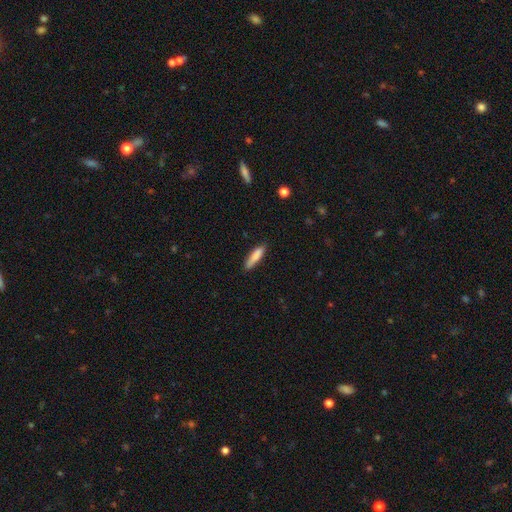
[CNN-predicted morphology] Smooth or featured? Predicted: smooth (p=0.83). How rounded? Predicted: cigar-shaped (p=0.74). Merging? Predicted: none (p=0.82).